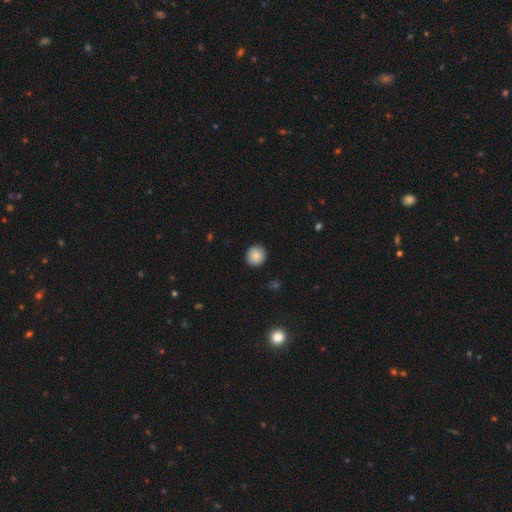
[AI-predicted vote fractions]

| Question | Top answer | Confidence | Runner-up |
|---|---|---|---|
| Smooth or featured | smooth | 85% | star or artifact (8%) |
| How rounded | round | 90% | in between (9%) |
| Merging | none | 90% | minor disturbance (7%) |